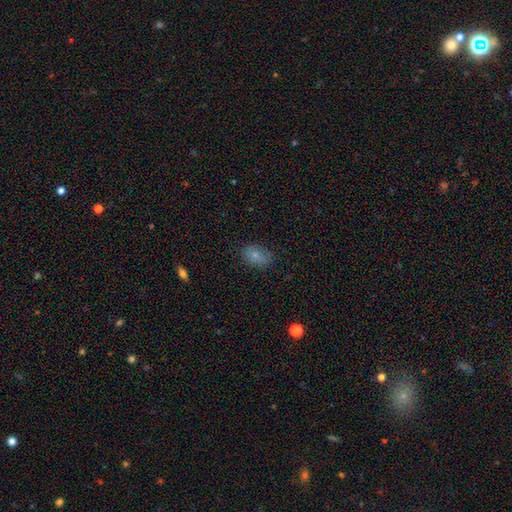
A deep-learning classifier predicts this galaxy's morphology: The model was most divided on "merging": none: 79%, minor disturbance: 16%, major disturbance: 4%, merger: 1%. More confident: how rounded — in between (82%); smooth or featured — smooth (77%).